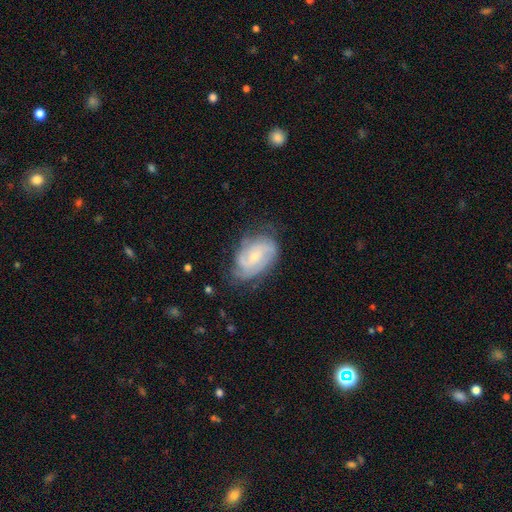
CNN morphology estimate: A featured or disk galaxy (78%) with no bar (52%), 2 (35%) tight (50%) spiral arms (93%) and a small central bulge (68%).

Vote fractions:
- Smooth or featured? featured or disk: 78% / smooth: 16% / star or artifact: 6%
- Edge-on disk? no: 97% / yes: 3%
- Bar? no: 52% / weak: 40% / strong: 8%
- Spiral arms? yes: 93% / no: 7%
- Spiral winding? tight: 50% / medium: 38% / loose: 12%
- Spiral arm count? 2: 35% / can't tell: 29% / 3: 21% / 4: 7% / 1: 4% / more than 4: 4%
- Bulge size? small: 68% / moderate: 27% / none: 3% / large: 1% / dominant: 1%
- Merging? none: 66% / minor disturbance: 24% / major disturbance: 9% / merger: 1%